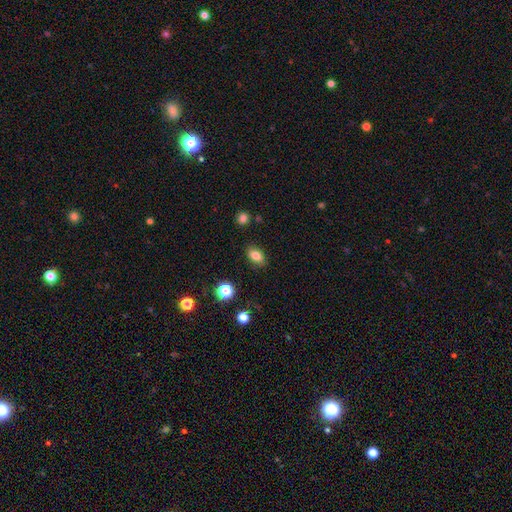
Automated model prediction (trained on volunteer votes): This is clearly a smooth galaxy (81%). How rounded: clearly in between (85%). Merging: clearly none (86%).